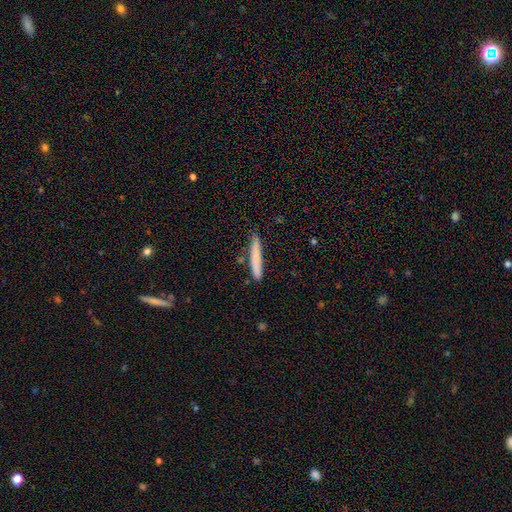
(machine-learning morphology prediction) A smooth galaxy with no disk features (77%) that is cigar-shaped (94%). Merging: none (83%).